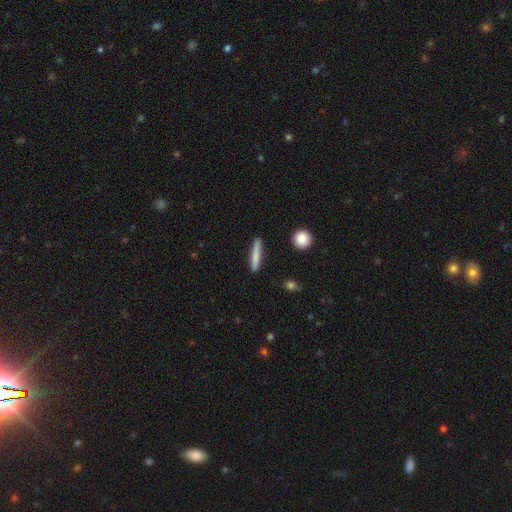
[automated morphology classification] Smooth or featured? smooth (76%)
How rounded? cigar-shaped (93%)
Merging? none (88%)